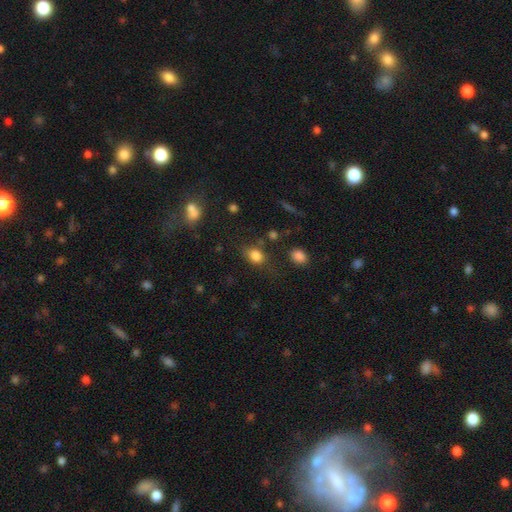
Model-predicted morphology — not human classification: Overall: smooth (82%). How rounded: in between (60%; round 38%). Merging: none (66%).